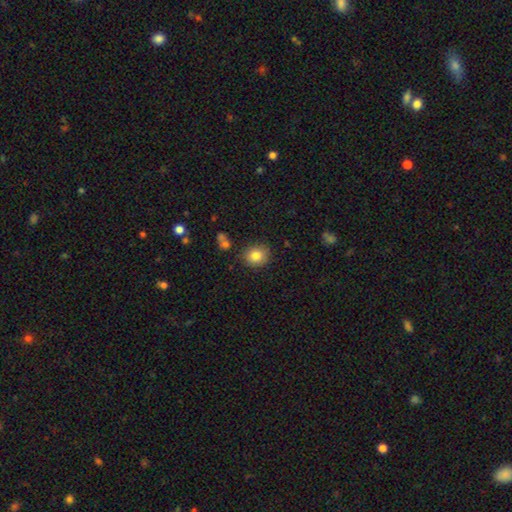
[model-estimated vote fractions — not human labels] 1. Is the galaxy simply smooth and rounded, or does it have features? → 83% smooth, 10% star or artifact, 8% featured or disk.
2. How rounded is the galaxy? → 76% round, 23% in between, 1% cigar-shaped.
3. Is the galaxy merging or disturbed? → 84% none, 11% minor disturbance, 3% merger, 2% major disturbance.